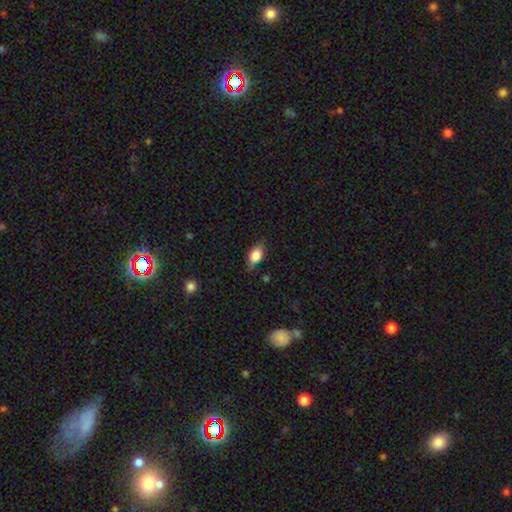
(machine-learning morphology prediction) smooth_or_featured: smooth (p=0.82) [alt: featured or disk p=0.11]
how_rounded: in between (p=0.85) [alt: round p=0.10]
merging: none (p=0.77) [alt: minor disturbance p=0.18]